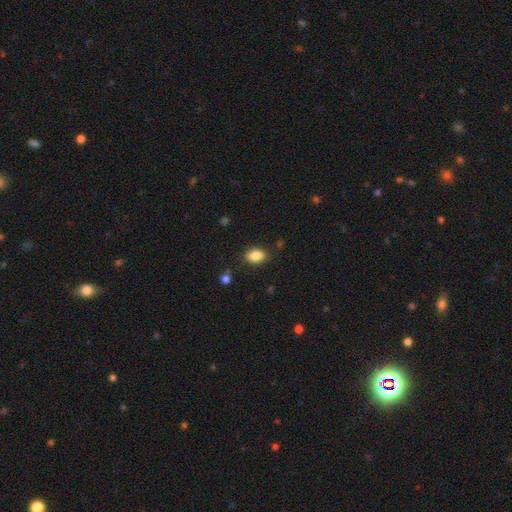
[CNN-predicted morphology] Smooth or featured? smooth (85%)
How rounded? in between (82%)
Merging? none (84%)